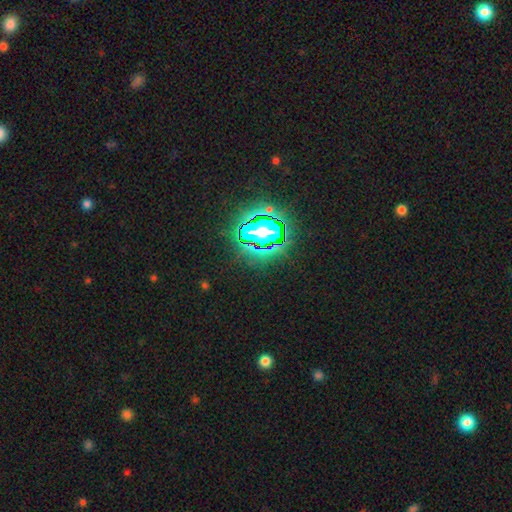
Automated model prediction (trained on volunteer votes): Smooth or featured? Predicted: star or artifact (p=0.83).